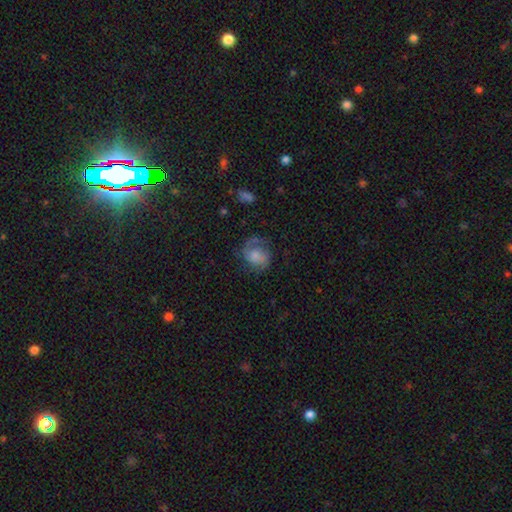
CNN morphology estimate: The model was most divided on "smooth or featured": featured or disk: 48%, smooth: 43%, star or artifact: 9%. More confident: merging — none (50%).